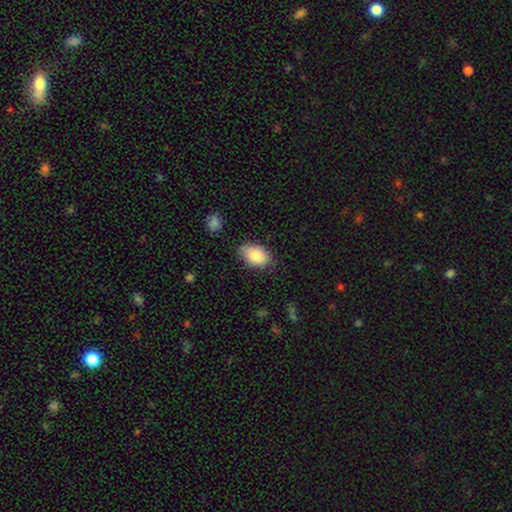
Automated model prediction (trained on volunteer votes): This is clearly a smooth galaxy (84%). How rounded: clearly in between (90%). Merging: likely none (73%).